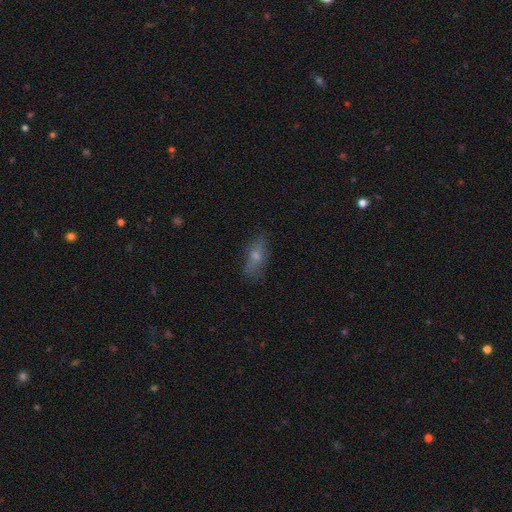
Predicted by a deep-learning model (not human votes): Smooth or featured? Predicted: smooth (p=0.53). How rounded? Predicted: in between (p=0.63). Merging? Predicted: none (p=0.81).